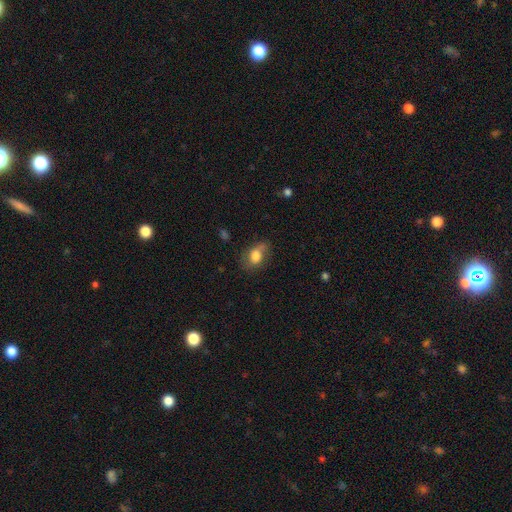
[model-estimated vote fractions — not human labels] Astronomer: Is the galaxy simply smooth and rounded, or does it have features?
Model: smooth — 75%.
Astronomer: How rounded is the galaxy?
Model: in between — 73%.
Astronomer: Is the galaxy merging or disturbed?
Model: none — 53% (runner-up: minor disturbance, 30%).